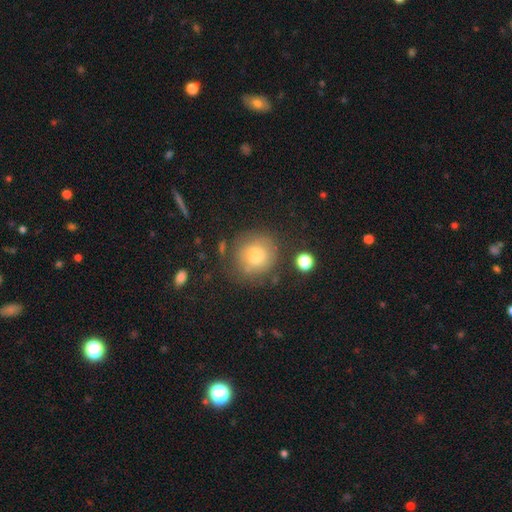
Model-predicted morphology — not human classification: This appears to be a smooth galaxy with no disk features (72%) that is round (87%). Merging: none (70%).